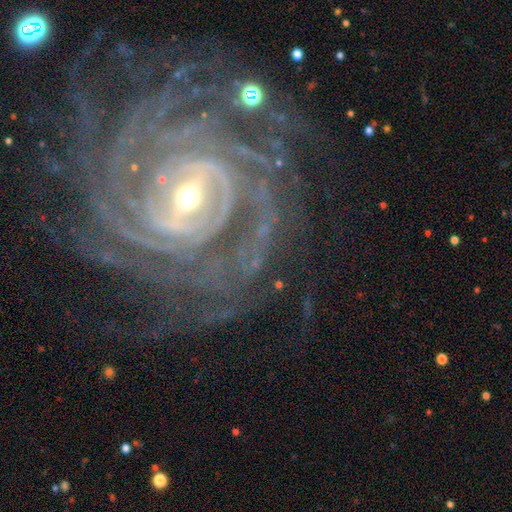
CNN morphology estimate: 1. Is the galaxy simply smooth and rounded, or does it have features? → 91% featured or disk, 6% star or artifact, 3% smooth.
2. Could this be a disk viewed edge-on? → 97% no, 3% yes.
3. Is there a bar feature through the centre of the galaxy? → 48% strong, 37% weak, 15% no.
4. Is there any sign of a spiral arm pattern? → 98% yes, 2% no.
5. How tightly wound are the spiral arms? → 75% tight, 21% medium, 4% loose.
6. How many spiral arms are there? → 24% more than 4, 20% 4, 20% can't tell, 14% 3, 13% 2, 9% 1.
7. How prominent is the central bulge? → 50% small, 45% moderate, 3% large, 1% none, 1% dominant.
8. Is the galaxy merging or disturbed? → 71% none, 15% minor disturbance, 12% major disturbance, 2% merger.